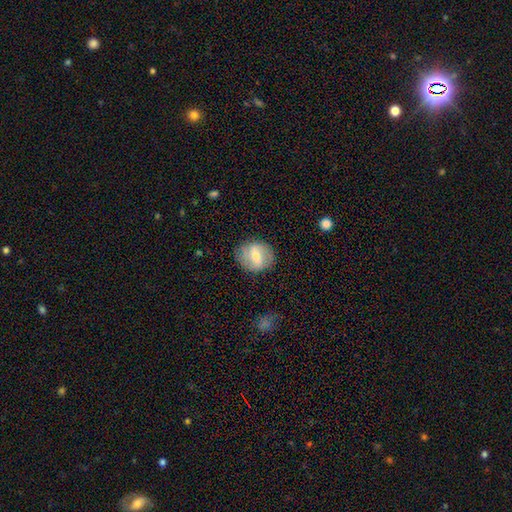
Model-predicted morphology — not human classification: Overall: smooth (50%; featured or disk 43%). Merging: none (82%).